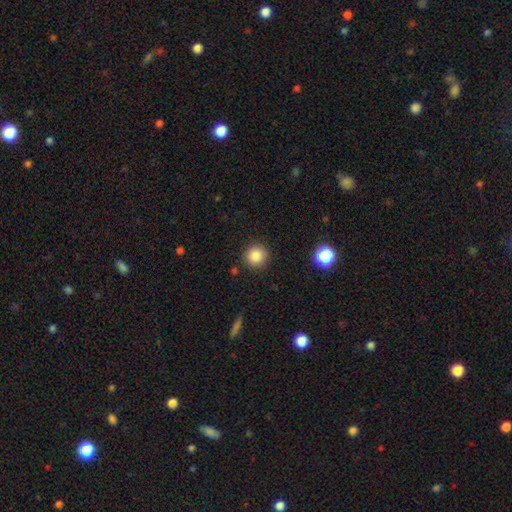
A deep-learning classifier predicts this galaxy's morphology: This is clearly a smooth galaxy (86%). How rounded: clearly round (92%). Merging: clearly none (89%).